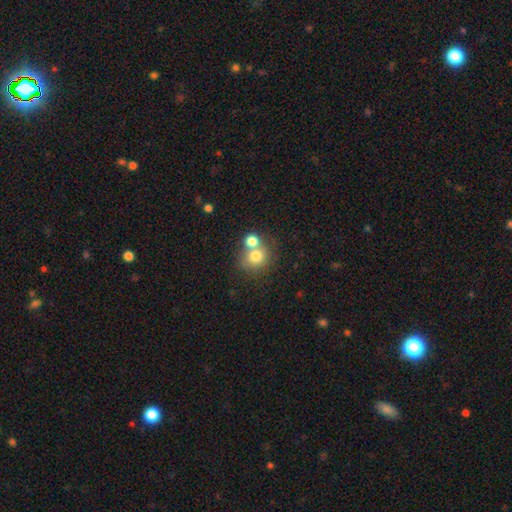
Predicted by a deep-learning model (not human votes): The model was most divided on "merging": none: 45%, merger: 43%, minor disturbance: 8%, major disturbance: 4%. More confident: how rounded — round (83%); smooth or featured — smooth (75%).